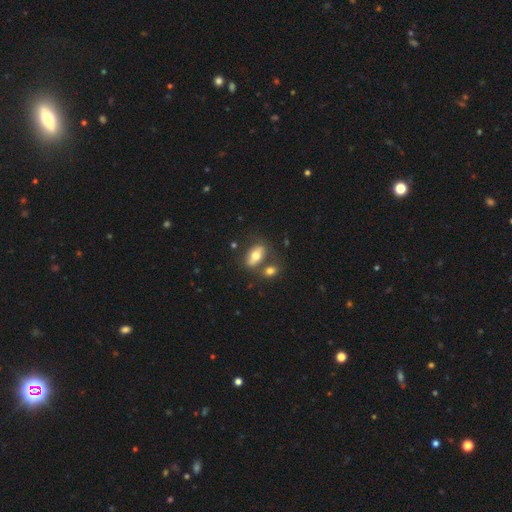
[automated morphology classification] Overall: smooth (65%; featured or disk 27%). How rounded: in between (84%). Merging: none (60%; merger 22%).